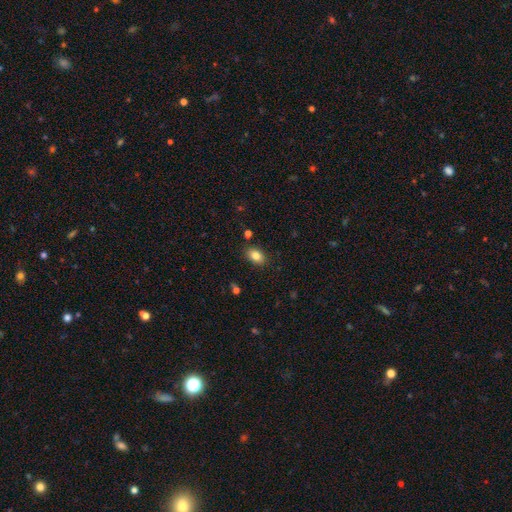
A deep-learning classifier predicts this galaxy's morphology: This appears to be a smooth galaxy with no disk features (84%) that is in between round and cigar-shaped (83%). Merging: none (85%).